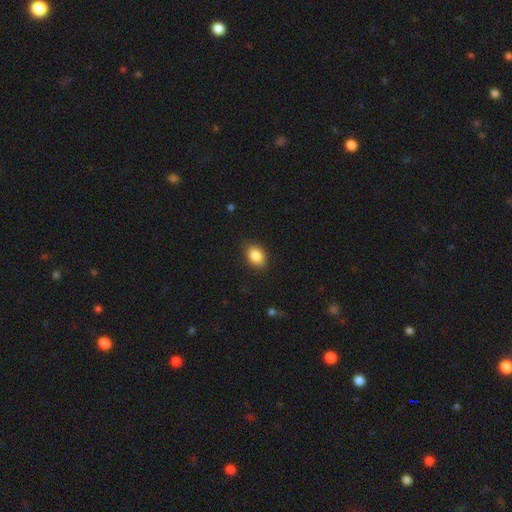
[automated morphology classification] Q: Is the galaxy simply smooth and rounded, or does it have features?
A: smooth — 87%.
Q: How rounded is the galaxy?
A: in between — 77%.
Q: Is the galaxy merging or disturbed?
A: none — 86%.